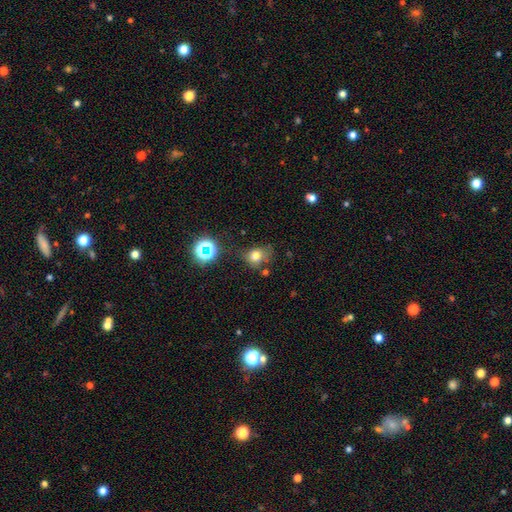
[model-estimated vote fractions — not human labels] Smooth or featured: smooth — 73% (star or artifact — 17%)
How rounded: round — 60% (in between — 39%)
Merging: none — 53% (minor disturbance — 27%)